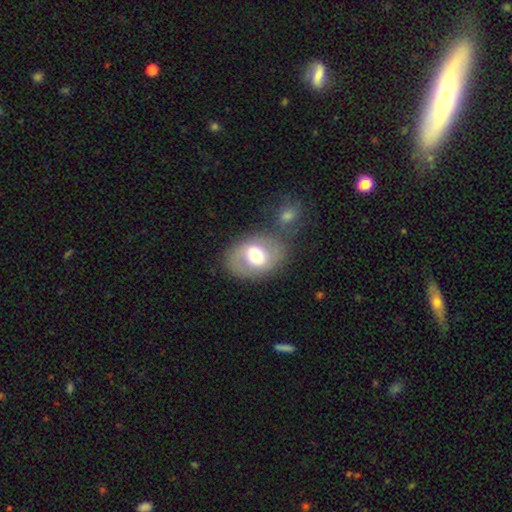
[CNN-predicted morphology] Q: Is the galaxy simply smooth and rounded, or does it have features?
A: smooth — 50%.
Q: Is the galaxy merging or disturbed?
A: none — 58%.